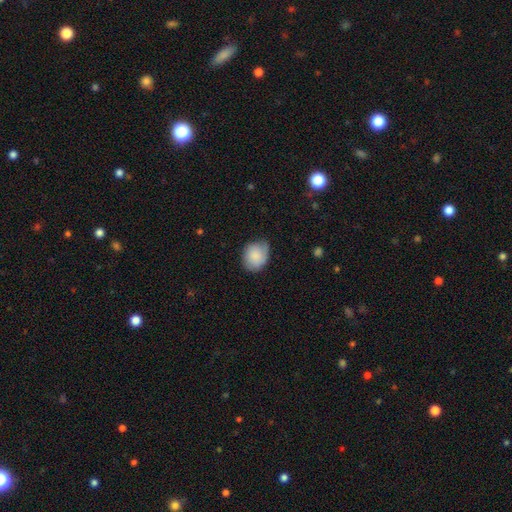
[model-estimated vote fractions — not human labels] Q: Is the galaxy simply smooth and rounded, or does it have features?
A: smooth — 79%.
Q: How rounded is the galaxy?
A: round — 56%.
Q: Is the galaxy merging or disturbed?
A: none — 59%.